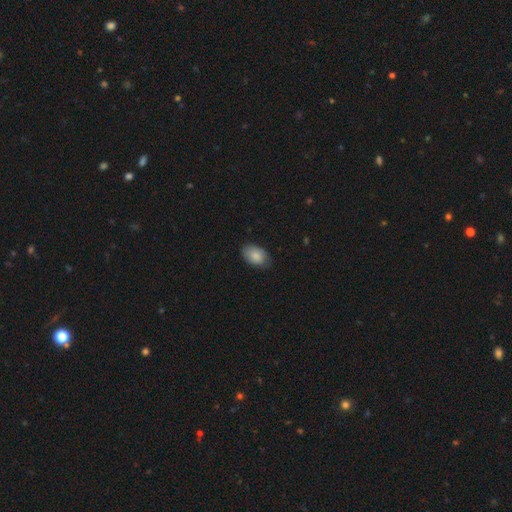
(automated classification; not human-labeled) Morphology: type=smooth (85%); roundness=in between (90%); merging=none (77%).